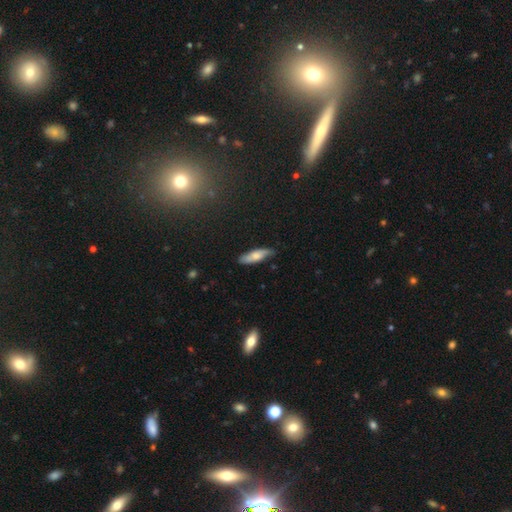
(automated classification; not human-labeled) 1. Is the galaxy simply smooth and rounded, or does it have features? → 66% smooth, 28% featured or disk, 6% star or artifact.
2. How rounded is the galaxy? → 58% cigar-shaped, 40% in between, 2% round.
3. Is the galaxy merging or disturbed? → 78% none, 18% minor disturbance, 3% major disturbance, 1% merger.